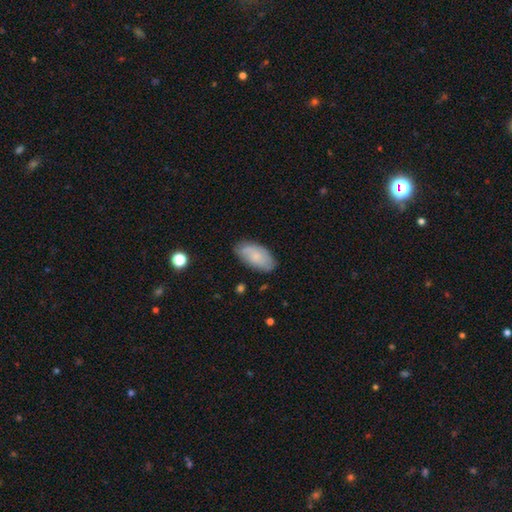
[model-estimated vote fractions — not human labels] Smooth or featured? smooth (71%)
How rounded? in between (94%)
Merging? none (76%)